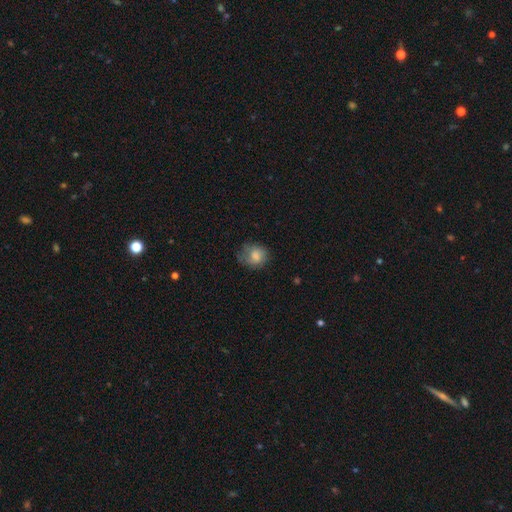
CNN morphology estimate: This is likely a smooth galaxy (74%). How rounded: likely round (66%). Merging: possibly none (56%).